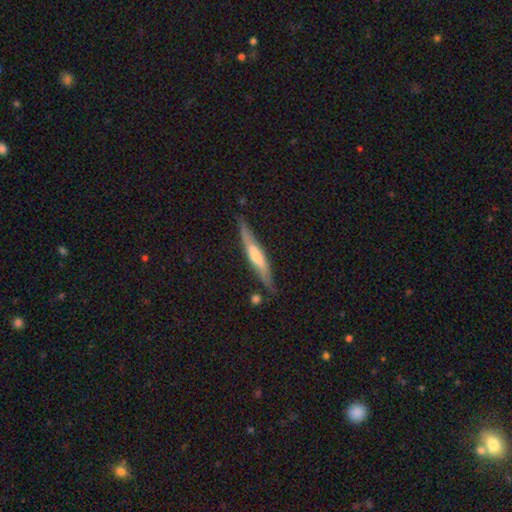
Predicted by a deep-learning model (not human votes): Overall: featured or disk (63%; smooth 31%). Edge-on disk: yes (93%). Edge-on bulge: rounded (60%; none 24%). Merging: none (82%).